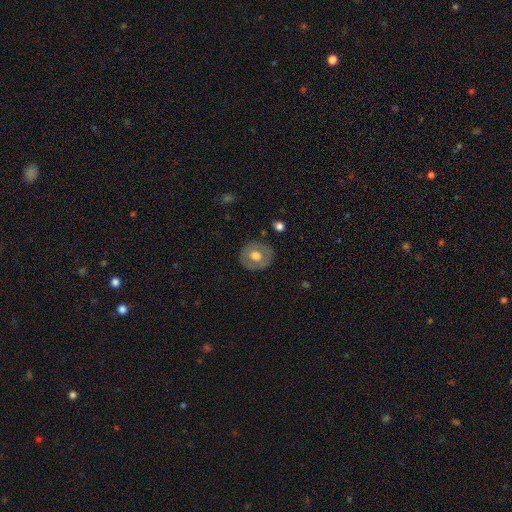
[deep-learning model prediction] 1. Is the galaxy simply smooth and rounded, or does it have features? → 54% smooth, 39% featured or disk, 6% star or artifact.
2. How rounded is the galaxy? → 83% round, 16% in between, 1% cigar-shaped.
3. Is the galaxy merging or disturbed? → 85% none, 11% minor disturbance, 3% major disturbance, 1% merger.